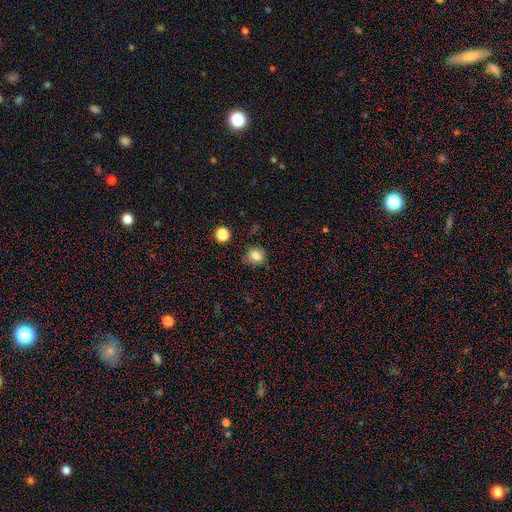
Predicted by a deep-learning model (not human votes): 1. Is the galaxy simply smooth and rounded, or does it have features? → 80% smooth, 13% star or artifact, 8% featured or disk.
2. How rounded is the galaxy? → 74% round, 25% in between, 1% cigar-shaped.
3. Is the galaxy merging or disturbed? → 80% none, 14% minor disturbance, 4% major disturbance, 2% merger.